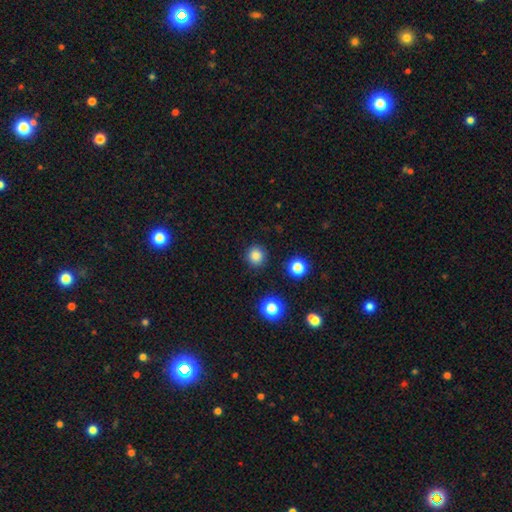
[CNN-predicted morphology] A smooth galaxy with no disk features (84%) that is round (92%).

Vote fractions:
- Smooth or featured? smooth: 84% / star or artifact: 13% / featured or disk: 4%
- How rounded? round: 92% / in between: 7% / cigar-shaped: 1%
- Merging? none: 89% / minor disturbance: 7% / major disturbance: 2% / merger: 2%